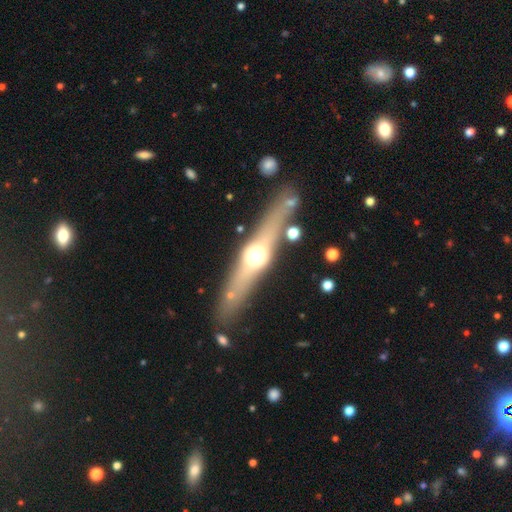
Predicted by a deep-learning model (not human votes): Smooth or featured: featured or disk — 65% (smooth — 28%)
Edge-on disk: yes — 90% (no — 10%)
Edge-on bulge: rounded — 95% (boxy — 3%)
Merging: none — 84% (minor disturbance — 9%)